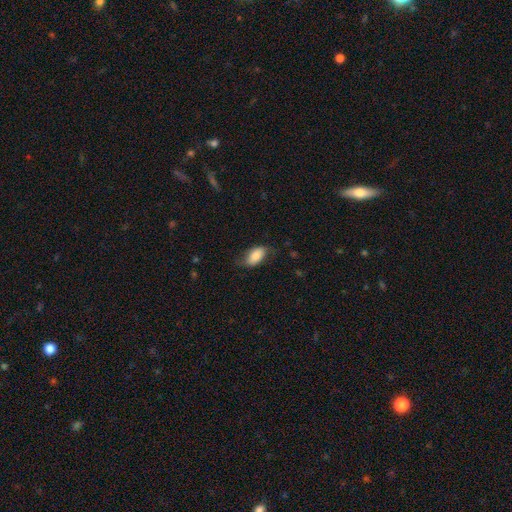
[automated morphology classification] A smooth galaxy with no disk features (77%) that is in between round and cigar-shaped (92%). Merging: none (65%).